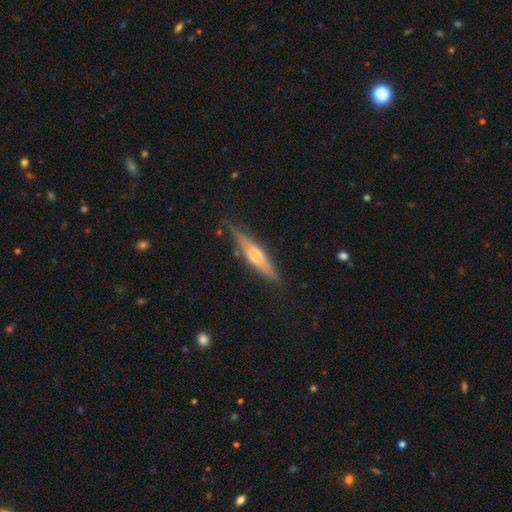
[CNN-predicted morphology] type=featured or disk (67%); edge-on=yes (95%); edge-on bulge=rounded (75%); merging=none (81%).